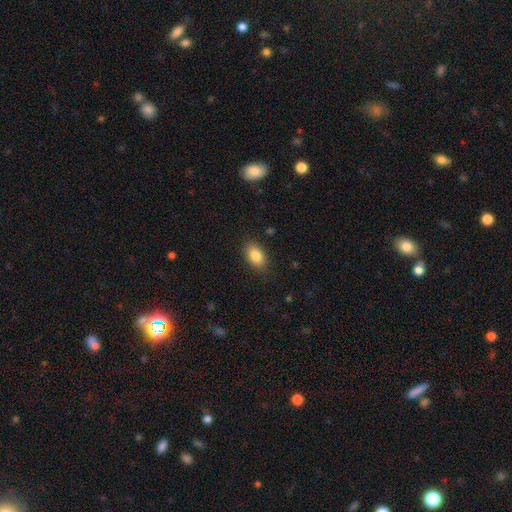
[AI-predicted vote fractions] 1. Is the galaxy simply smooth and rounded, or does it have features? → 84% smooth, 8% star or artifact, 8% featured or disk.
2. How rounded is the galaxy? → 88% in between, 10% round, 2% cigar-shaped.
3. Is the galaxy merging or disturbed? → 85% none, 11% minor disturbance, 3% major disturbance, 1% merger.